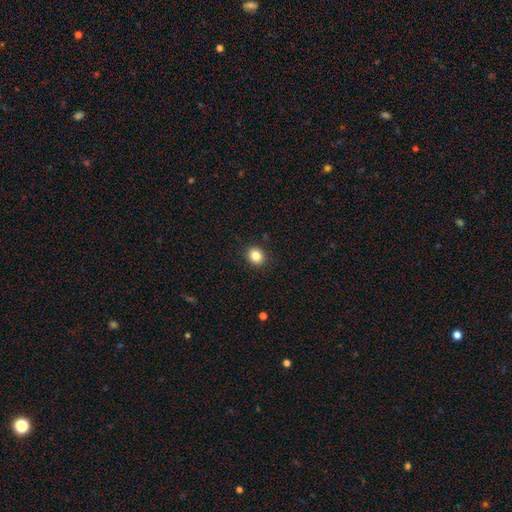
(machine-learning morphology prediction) This appears to be a smooth galaxy with no disk features (84%) that is round (78%). Merging: none (90%).